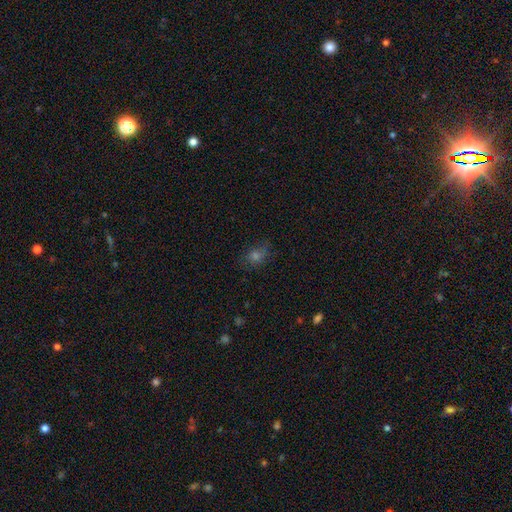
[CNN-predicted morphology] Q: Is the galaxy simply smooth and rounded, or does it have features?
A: smooth — 50%.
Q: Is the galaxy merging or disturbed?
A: none — 68%.